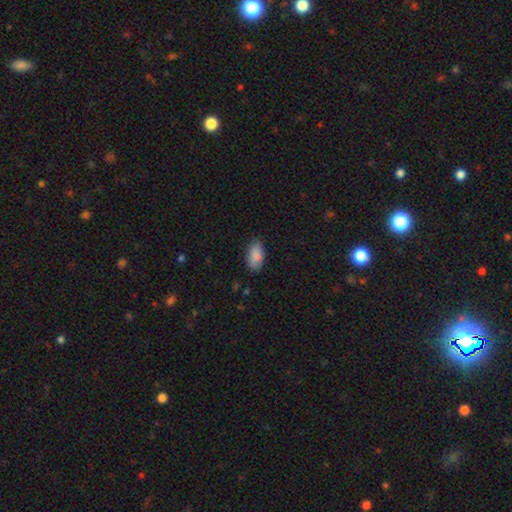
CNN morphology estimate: A smooth galaxy with no disk features (88%) that is in between round and cigar-shaped (93%). Merging: none (81%).